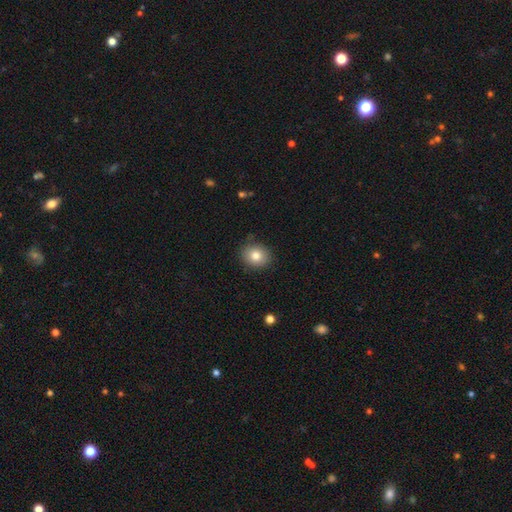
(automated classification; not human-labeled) A smooth galaxy with no disk features (81%) that is round (74%).

Vote fractions:
- Smooth or featured? smooth: 81% / star or artifact: 10% / featured or disk: 9%
- How rounded? round: 74% / in between: 25% / cigar-shaped: 1%
- Merging? none: 86% / minor disturbance: 10% / major disturbance: 2% / merger: 1%